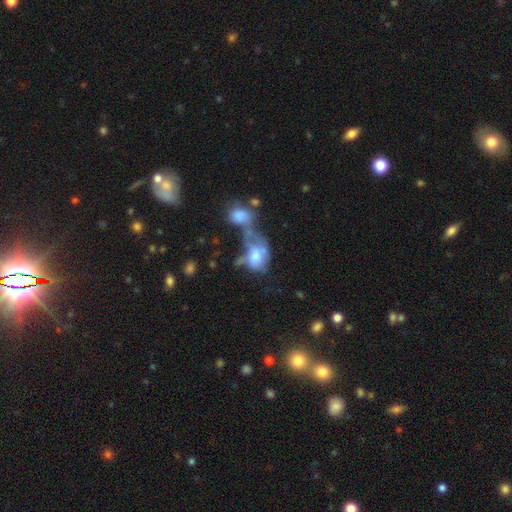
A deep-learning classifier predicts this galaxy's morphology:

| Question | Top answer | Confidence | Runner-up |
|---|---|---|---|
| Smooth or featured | smooth | 52% | featured or disk (39%) |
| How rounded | in between | 77% | round (21%) |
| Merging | merger | 56% | major disturbance (25%) |